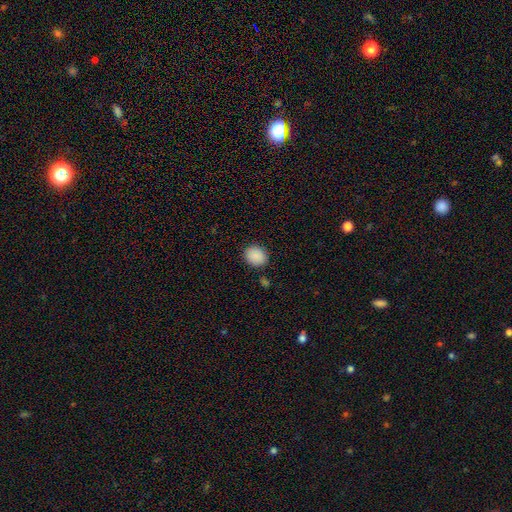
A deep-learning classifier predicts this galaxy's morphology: smooth-or-featured: smooth: 89% | star or artifact: 8% | featured or disk: 3%
  how-rounded: round: 62% | in between: 37% | cigar-shaped: 1%
  merging: none: 86% | minor disturbance: 9% | major disturbance: 3% | merger: 2%